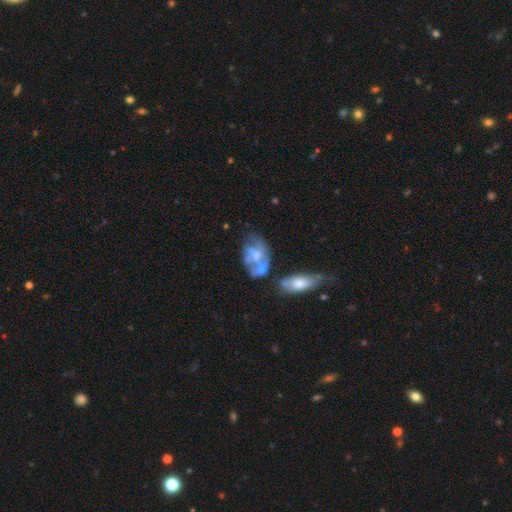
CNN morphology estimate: A featured or disk galaxy (55%) with no bar (83%), no spiral arms (74%) and a moderate central bulge (41%).

Vote fractions:
- Smooth or featured? featured or disk: 55% / smooth: 37% / star or artifact: 9%
- Edge-on disk? no: 96% / yes: 4%
- Bar? no: 83% / weak: 14% / strong: 3%
- Spiral arms? no: 74% / yes: 26%
- Bulge size? moderate: 41% / small: 28% / none: 23% / large: 6% / dominant: 2%
- Merging? merger: 37% / none: 26% / major disturbance: 19% / minor disturbance: 18%